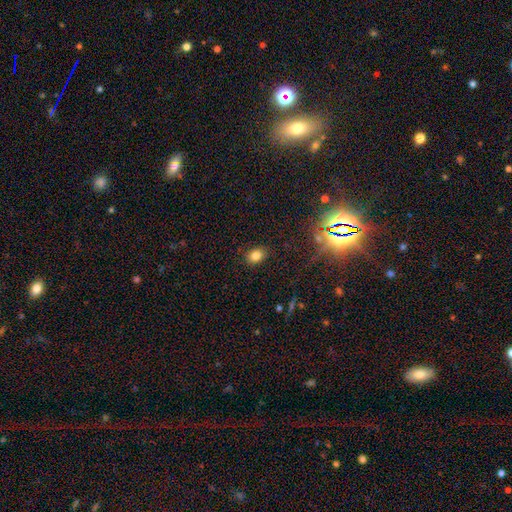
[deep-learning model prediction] Overall: smooth (80%). How rounded: in between (65%; round 34%). Merging: none (85%).